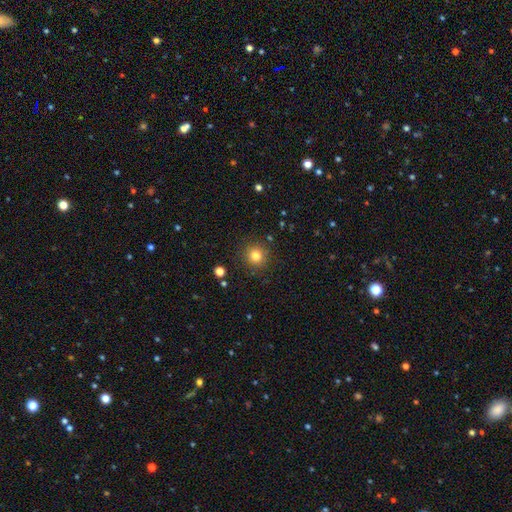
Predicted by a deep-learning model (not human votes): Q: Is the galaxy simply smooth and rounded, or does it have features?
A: smooth — 80%.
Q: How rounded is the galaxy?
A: round — 93%.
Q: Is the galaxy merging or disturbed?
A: none — 89%.